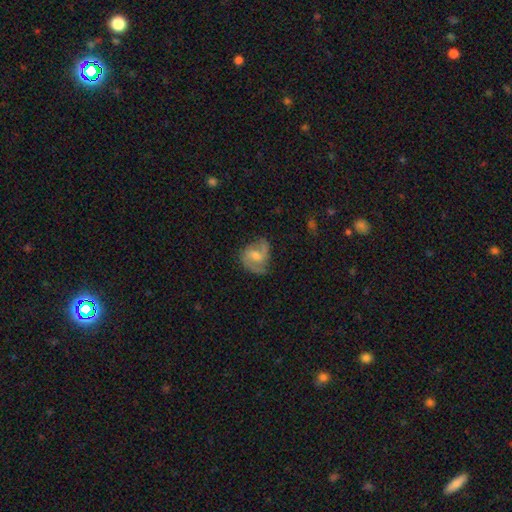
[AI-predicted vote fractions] smooth-or-featured: featured or disk: 75% | smooth: 18% | star or artifact: 7%
  disk-edge-on: no: 97% | yes: 3%
    bar: weak: 49% | no: 36% | strong: 15%
    has-spiral-arms: yes: 93% | no: 7%
      spiral-winding: medium: 51% | loose: 29% | tight: 20%
      spiral-arm-count: 2: 82% | can't tell: 7% | 1: 4% | 3: 4% | 4: 1% | more than 4: 1%
    bulge-size: moderate: 52% | small: 35% | none: 7% | large: 5% | dominant: 1%
  merging: none: 64% | minor disturbance: 23% | major disturbance: 12% | merger: 2%